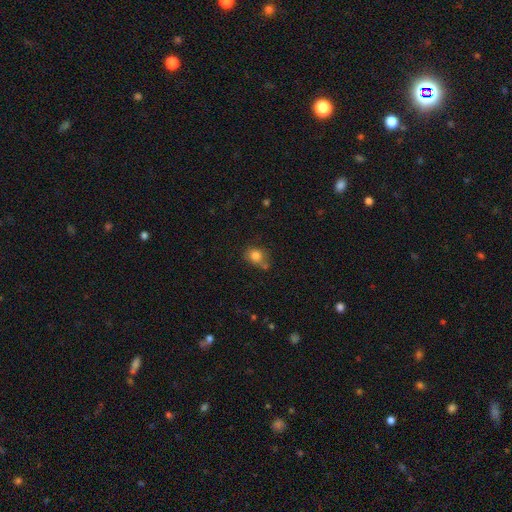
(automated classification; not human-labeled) This is clearly a smooth galaxy (81%). How rounded: likely round (65%). Merging: possibly none (56%).